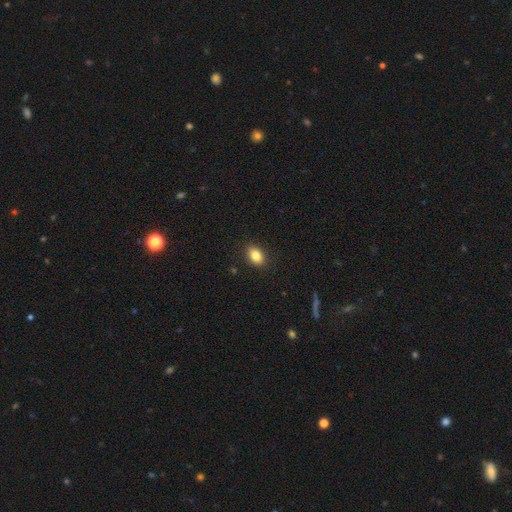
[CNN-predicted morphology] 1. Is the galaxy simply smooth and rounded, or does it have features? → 84% smooth, 9% star or artifact, 7% featured or disk.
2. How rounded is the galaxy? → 78% in between, 20% round, 1% cigar-shaped.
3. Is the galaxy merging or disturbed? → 89% none, 8% minor disturbance, 2% major disturbance, 1% merger.